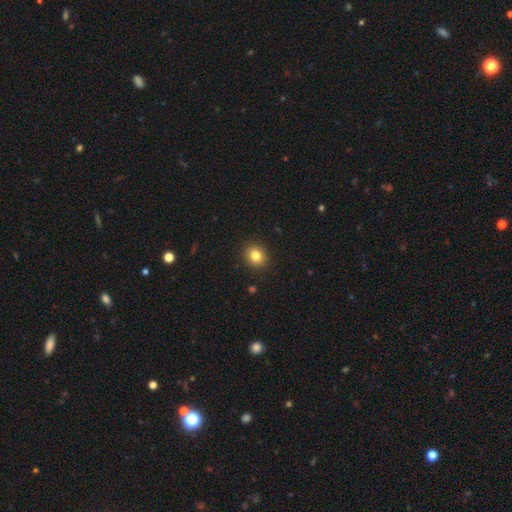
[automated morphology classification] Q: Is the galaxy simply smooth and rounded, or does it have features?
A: smooth — 83%.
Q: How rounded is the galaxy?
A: round — 76%.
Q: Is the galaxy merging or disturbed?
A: none — 91%.